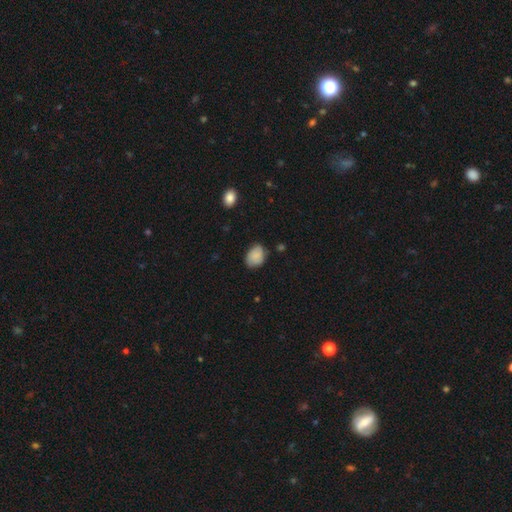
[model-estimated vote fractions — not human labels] smooth-or-featured: smooth: 85% | star or artifact: 8% | featured or disk: 7%
  how-rounded: in between: 69% | round: 30% | cigar-shaped: 1%
  merging: none: 67% | minor disturbance: 27% | major disturbance: 5% | merger: 2%